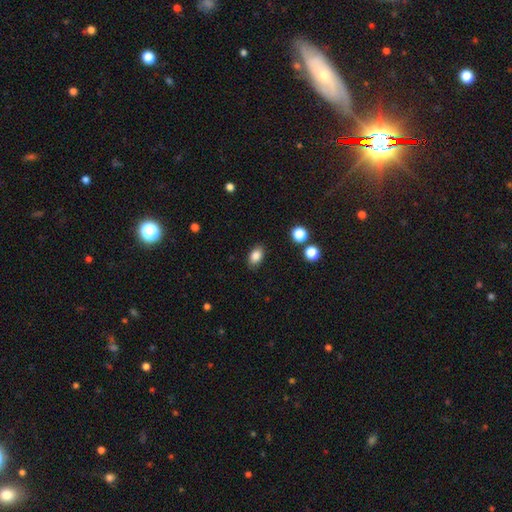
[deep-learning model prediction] The model was most divided on "how rounded": in between: 86%, round: 12%, cigar-shaped: 2%. More confident: merging — none (87%); smooth or featured — smooth (85%).